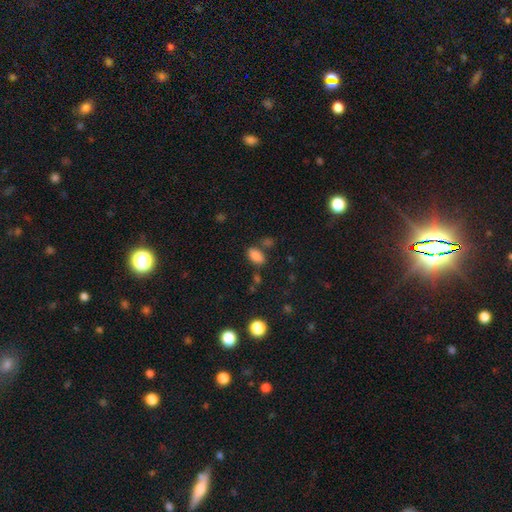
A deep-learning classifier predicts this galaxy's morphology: Smooth or featured? smooth (84%)
How rounded? in between (90%)
Merging? none (73%)